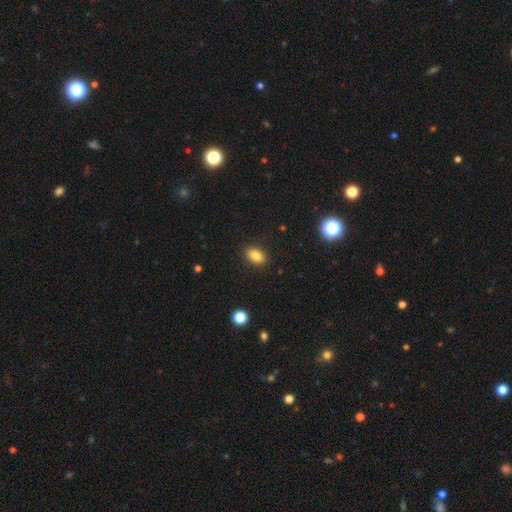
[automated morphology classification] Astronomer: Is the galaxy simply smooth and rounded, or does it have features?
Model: smooth — 84%.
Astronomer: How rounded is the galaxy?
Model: in between — 86%.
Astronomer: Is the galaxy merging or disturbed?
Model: none — 88%.